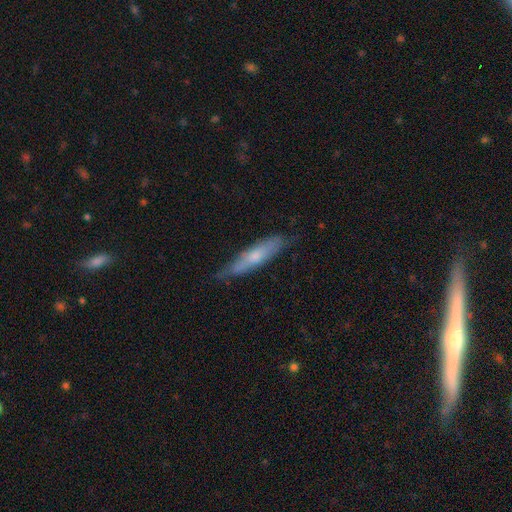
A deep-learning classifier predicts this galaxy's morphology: This is possibly a smooth galaxy (54%). How rounded: clearly cigar-shaped (83%). Merging: likely none (72%).